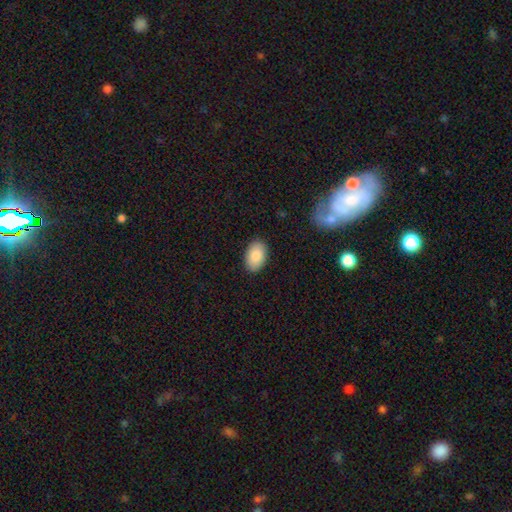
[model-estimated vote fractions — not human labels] Smooth or featured: smooth — 85% (featured or disk — 8%)
How rounded: in between — 92% (round — 7%)
Merging: none — 89% (minor disturbance — 8%)